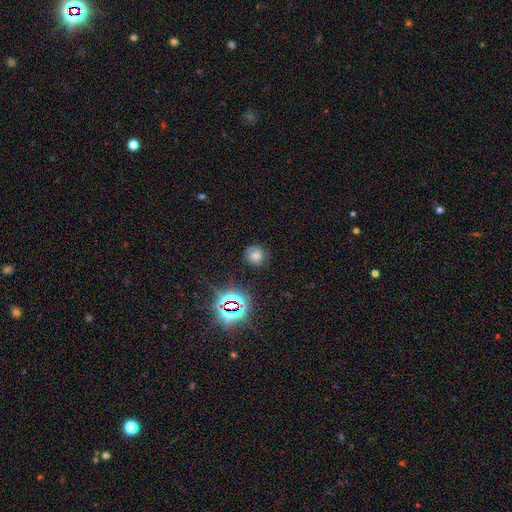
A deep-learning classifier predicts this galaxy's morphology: The model was most divided on "smooth or featured": smooth: 64%, star or artifact: 23%, featured or disk: 12%. More confident: how rounded — round (88%); merging — none (80%).